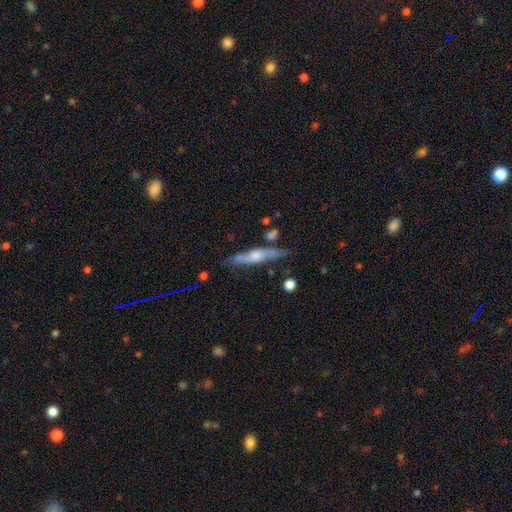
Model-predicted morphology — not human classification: type=featured or disk (62%); edge-on=yes (87%); edge-on bulge=rounded (79%); merging=none (77%).